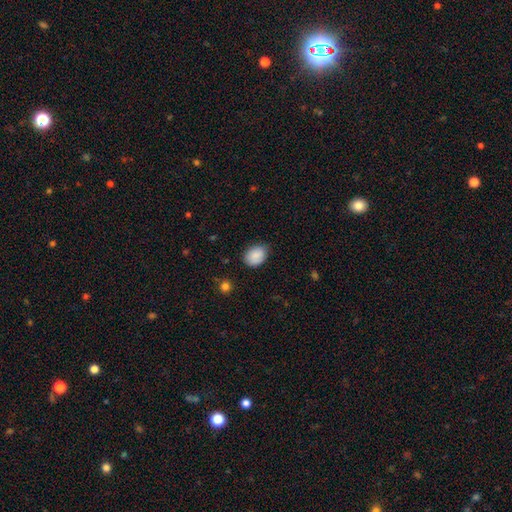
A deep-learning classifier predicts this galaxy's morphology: type=smooth (86%); roundness=in between (73%); merging=none (77%).